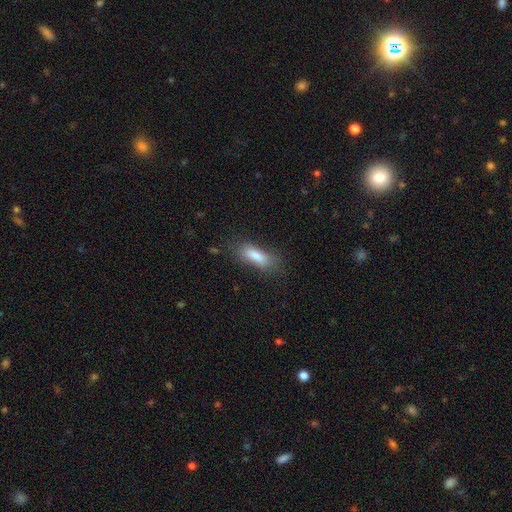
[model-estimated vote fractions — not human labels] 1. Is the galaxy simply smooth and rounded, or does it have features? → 77% smooth, 13% featured or disk, 9% star or artifact.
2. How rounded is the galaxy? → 58% in between, 40% cigar-shaped, 3% round.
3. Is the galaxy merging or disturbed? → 72% none, 18% minor disturbance, 7% major disturbance, 2% merger.